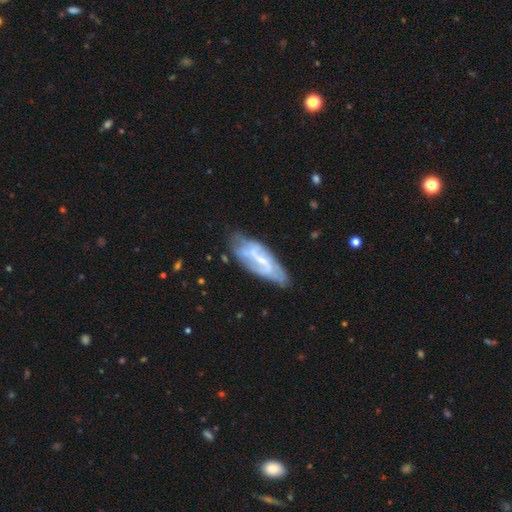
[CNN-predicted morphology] smooth_or_featured: featured or disk (p=0.65) [alt: smooth p=0.26]
disk_edge_on: no (p=0.81) [alt: yes p=0.19]
bar: weak (p=0.41) [alt: no p=0.33]
has_spiral_arms: yes (p=0.67) [alt: no p=0.33]
bulge_size: small (p=0.58) [alt: moderate p=0.25]
merging: none (p=0.67) [alt: minor disturbance p=0.21]